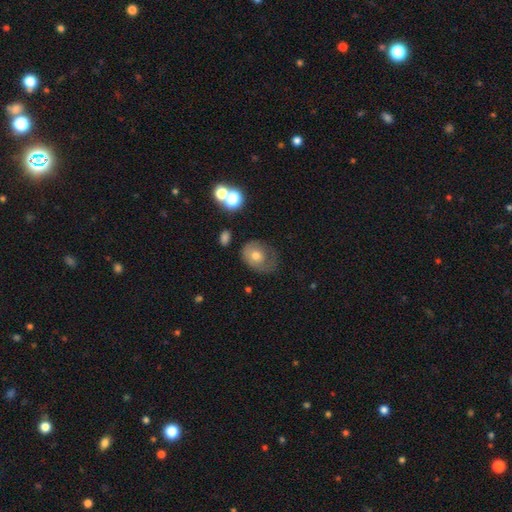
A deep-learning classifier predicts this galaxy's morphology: smooth-or-featured: smooth: 60% | featured or disk: 31% | star or artifact: 10%
  how-rounded: round: 50% | in between: 49% | cigar-shaped: 1%
  merging: none: 47% | minor disturbance: 30% | major disturbance: 20% | merger: 3%